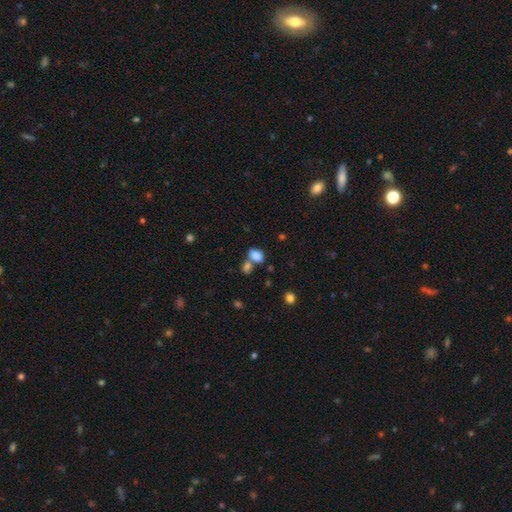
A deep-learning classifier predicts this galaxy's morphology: smooth-or-featured: smooth: 84% | star or artifact: 10% | featured or disk: 6%
  how-rounded: in between: 87% | round: 12% | cigar-shaped: 2%
  merging: none: 47% | merger: 37% | minor disturbance: 11% | major disturbance: 4%